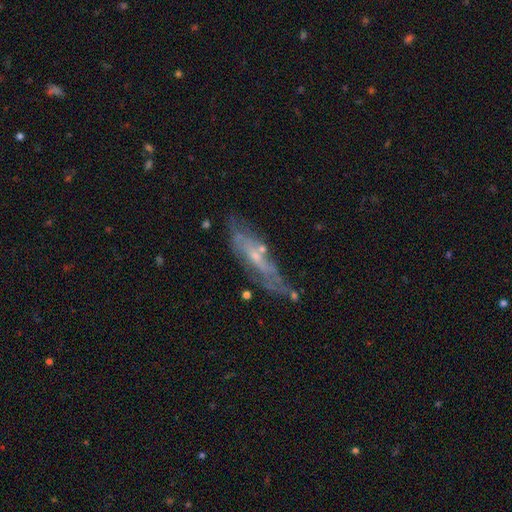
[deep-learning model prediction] Smooth or featured?
  - featured or disk: 66% *
  - smooth: 25%
  - star or artifact: 9%
Edge-on disk?
  - no: 53% *
  - yes: 47%
Merging?
  - none: 59% *
  - minor disturbance: 23%
  - major disturbance: 11%
  - merger: 7%